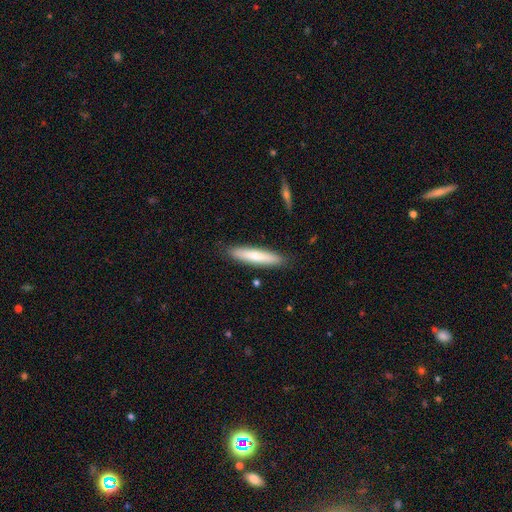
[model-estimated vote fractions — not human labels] A smooth galaxy with no disk features (62%) that is cigar-shaped (86%). Merging: none (88%).